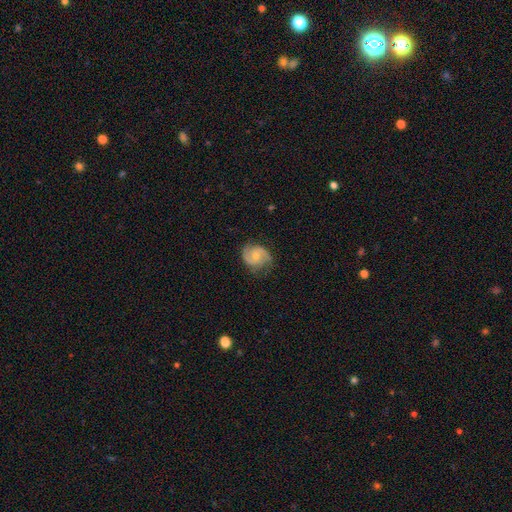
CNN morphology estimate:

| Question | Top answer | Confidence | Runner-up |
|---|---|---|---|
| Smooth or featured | featured or disk | 77% | smooth (17%) |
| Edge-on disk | no | 98% | yes (2%) |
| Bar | no | 61% | weak (33%) |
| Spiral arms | yes | 95% | no (5%) |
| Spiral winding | medium | 50% | tight (31%) |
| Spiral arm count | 2 | 86% | can't tell (6%) |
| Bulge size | moderate | 49% | small (46%) |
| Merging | none | 73% | minor disturbance (20%) |